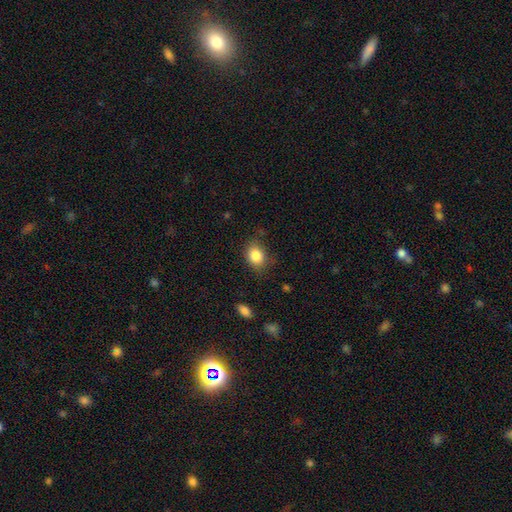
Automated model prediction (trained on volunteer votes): Smooth or featured: smooth — 85% (star or artifact — 9%)
How rounded: in between — 55% (round — 44%)
Merging: none — 74% (minor disturbance — 19%)